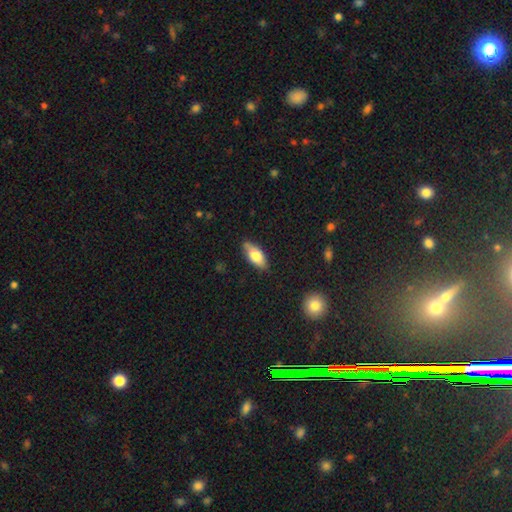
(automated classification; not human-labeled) This is likely a smooth galaxy (74%). How rounded: clearly in between (83%). Merging: likely none (80%).